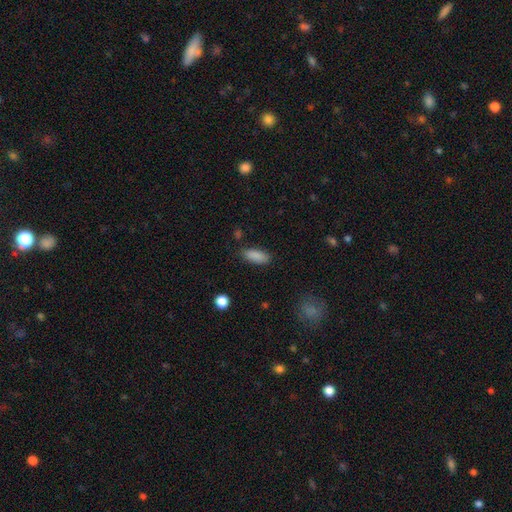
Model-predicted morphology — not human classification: This is clearly a smooth galaxy (88%). How rounded: likely in between (76%). Merging: clearly none (83%).